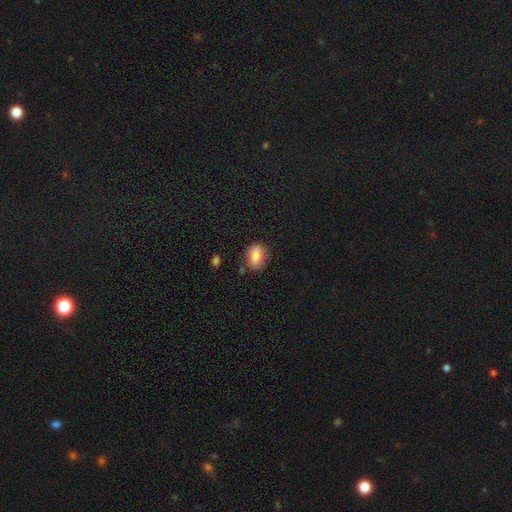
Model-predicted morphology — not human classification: Smooth or featured?
  - smooth: 82% *
  - featured or disk: 10%
  - star or artifact: 8%
How rounded?
  - in between: 75% *
  - round: 22%
  - cigar-shaped: 3%
Merging?
  - none: 79% *
  - minor disturbance: 14%
  - major disturbance: 3%
  - merger: 3%